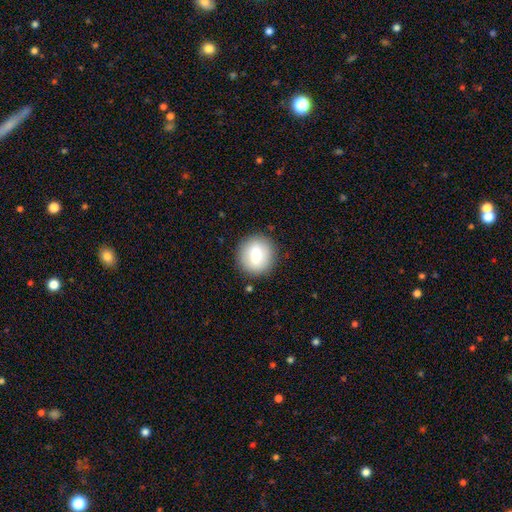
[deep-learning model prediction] A smooth galaxy with no disk features (71%) that is round (89%). Merging: none (88%).